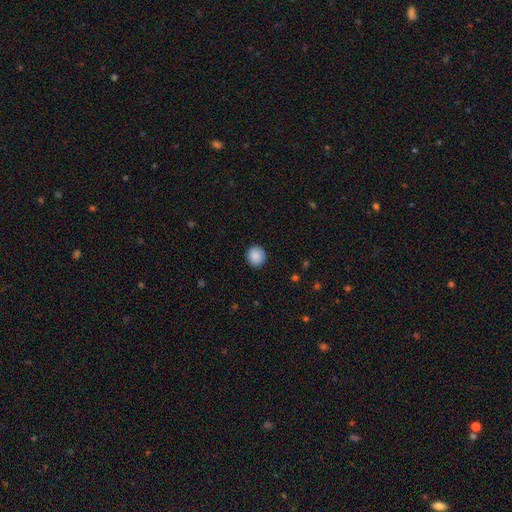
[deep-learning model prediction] smooth_or_featured: smooth (p=0.89) [alt: star or artifact p=0.08]
how_rounded: round (p=0.88) [alt: in between p=0.11]
merging: none (p=0.90) [alt: minor disturbance p=0.07]